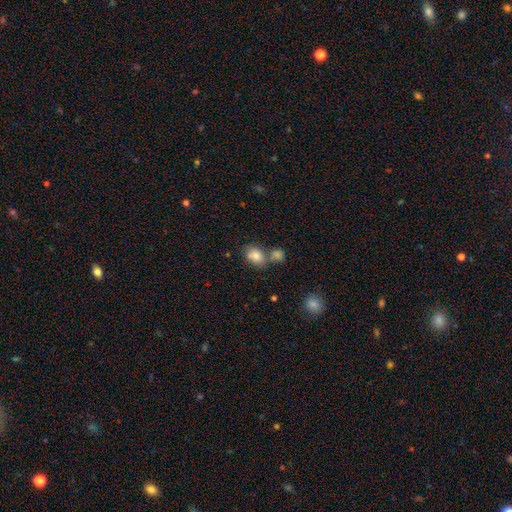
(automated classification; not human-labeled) A smooth galaxy with no disk features (82%) that is in between round and cigar-shaped (70%). Merging: none (49%).